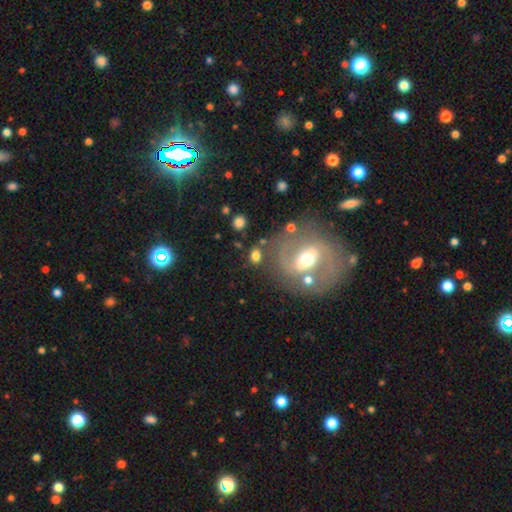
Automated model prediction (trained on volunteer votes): Smooth or featured: smooth — 66% (featured or disk — 22%)
How rounded: in between — 56% (round — 41%)
Merging: none — 67% (minor disturbance — 14%)